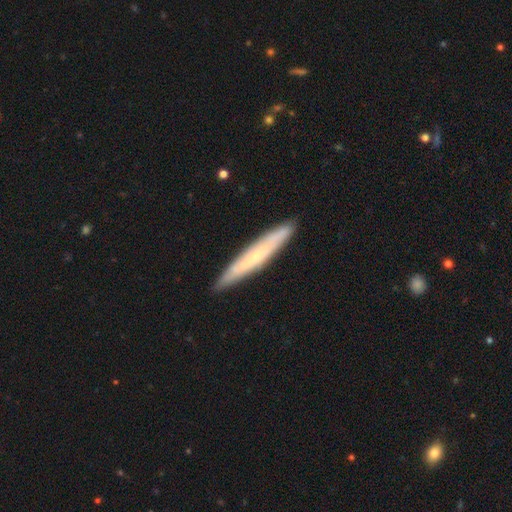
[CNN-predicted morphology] A featured or disk galaxy (52%) viewed edge-on (82%).

Vote fractions:
- Smooth or featured? featured or disk: 52% / smooth: 43% / star or artifact: 6%
- Edge-on disk? yes: 82% / no: 18%
- Merging? none: 89% / minor disturbance: 8% / major disturbance: 1% / merger: 1%